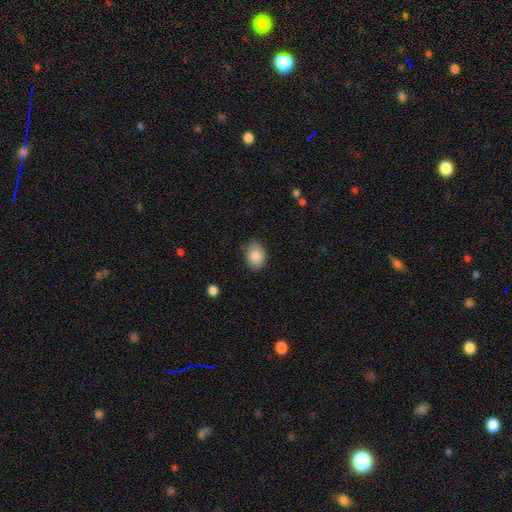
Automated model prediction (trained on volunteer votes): The model was most divided on "how rounded": in between: 70%, round: 29%, cigar-shaped: 1%. More confident: smooth or featured — smooth (86%); merging — none (78%).